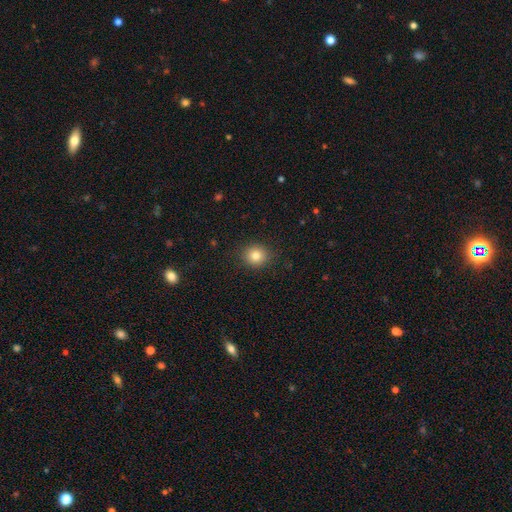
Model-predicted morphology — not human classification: smooth_or_featured: smooth (p=0.82) [alt: star or artifact p=0.11]
how_rounded: round (p=0.85) [alt: in between p=0.14]
merging: none (p=0.89) [alt: minor disturbance p=0.07]